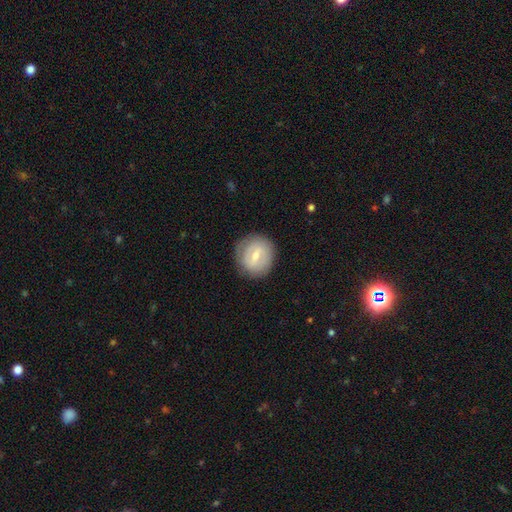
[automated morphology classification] This appears to be a featured or disk galaxy (49%). Merging: none (81%).